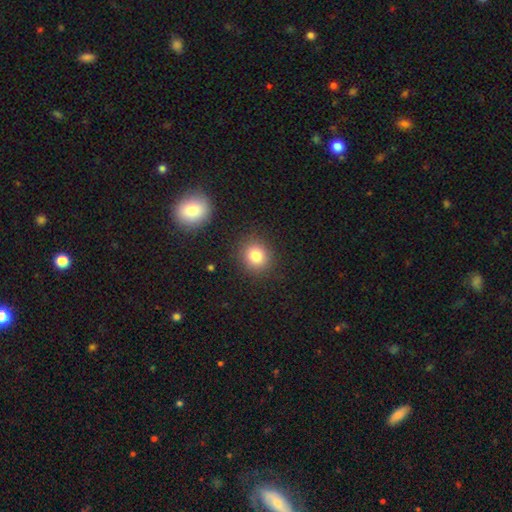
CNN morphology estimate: Smooth or featured? smooth (82%)
How rounded? round (81%)
Merging? none (88%)